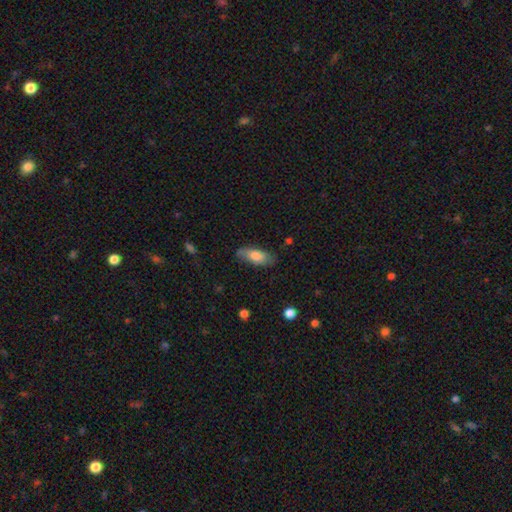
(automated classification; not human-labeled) Morphology: type=smooth (76%); roundness=in between (79%); merging=none (74%).